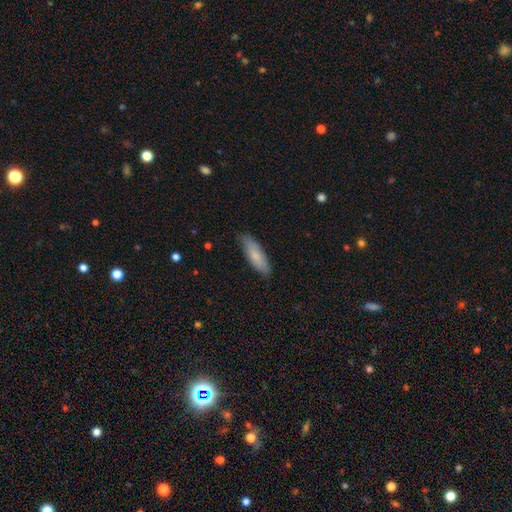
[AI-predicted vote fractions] This appears to be a smooth galaxy with no disk features (77%) that is cigar-shaped (50%). Merging: none (83%).